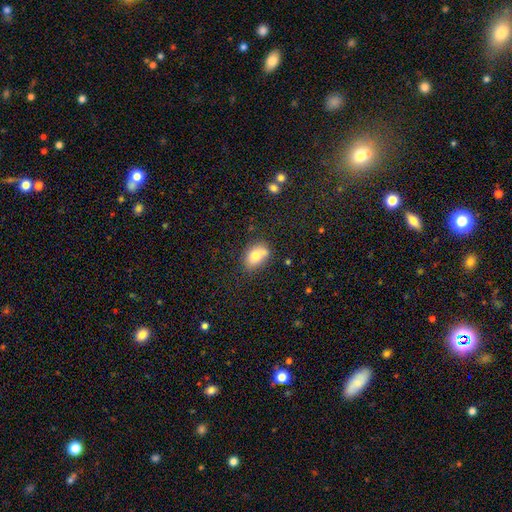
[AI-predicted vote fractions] This appears to be a smooth galaxy with no disk features (75%) that is in between round and cigar-shaped (80%). Merging: none (58%).